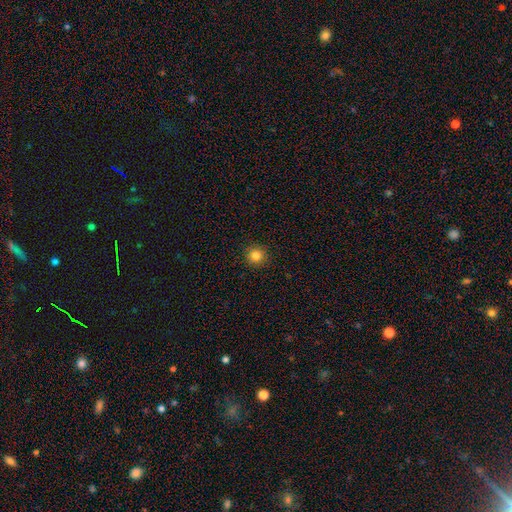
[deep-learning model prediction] The model was most divided on "smooth or featured": smooth: 84%, star or artifact: 12%, featured or disk: 5%. More confident: how rounded — round (95%); merging — none (92%).